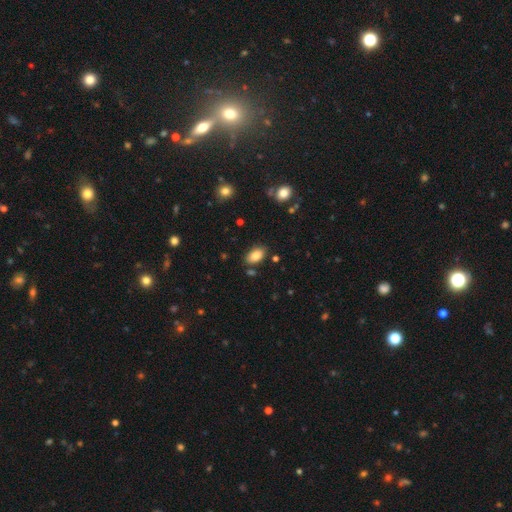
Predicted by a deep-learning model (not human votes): Smooth or featured? smooth (86%)
How rounded? in between (92%)
Merging? none (82%)